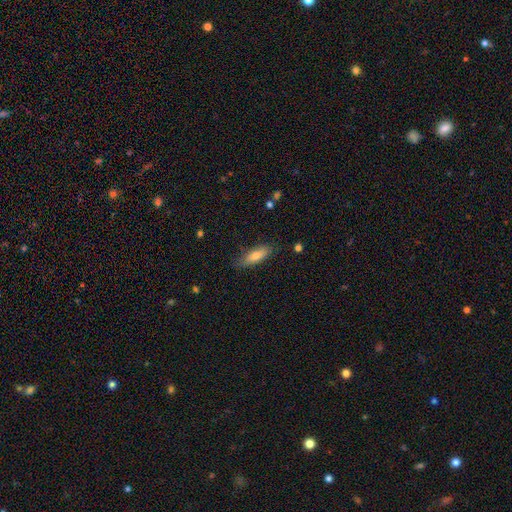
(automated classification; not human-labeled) smooth_or_featured: smooth (p=0.72) [alt: featured or disk p=0.21]
how_rounded: in between (p=0.54) [alt: cigar-shaped p=0.44]
merging: none (p=0.79) [alt: minor disturbance p=0.16]